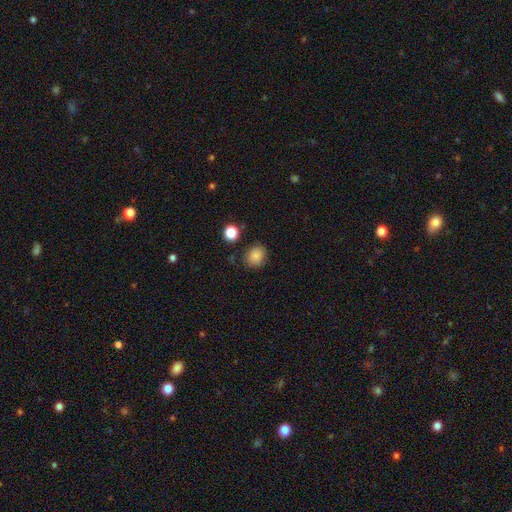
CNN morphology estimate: Smooth or featured: smooth — 85% (star or artifact — 11%)
How rounded: round — 70% (in between — 29%)
Merging: none — 80% (minor disturbance — 14%)